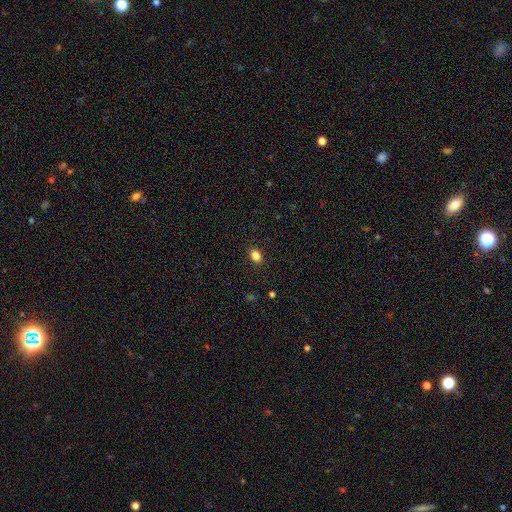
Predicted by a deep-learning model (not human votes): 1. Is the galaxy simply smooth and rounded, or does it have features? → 84% smooth, 11% star or artifact, 5% featured or disk.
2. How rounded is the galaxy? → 74% in between, 24% round, 2% cigar-shaped.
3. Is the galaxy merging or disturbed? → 89% none, 8% minor disturbance, 2% major disturbance, 1% merger.